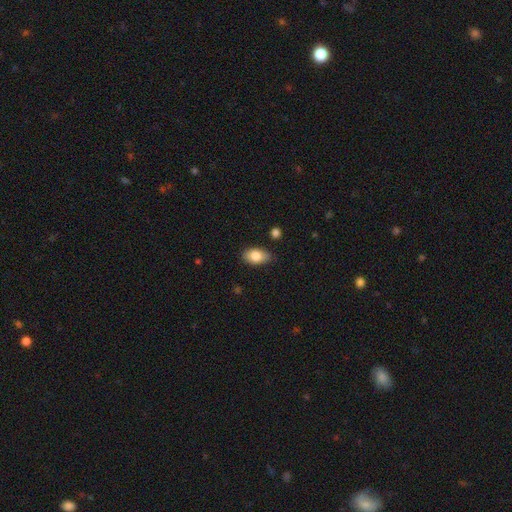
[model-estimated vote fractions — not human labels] The model was most divided on "merging": none: 84%, minor disturbance: 12%, major disturbance: 2%, merger: 2%. More confident: how rounded — in between (91%); smooth or featured — smooth (83%).